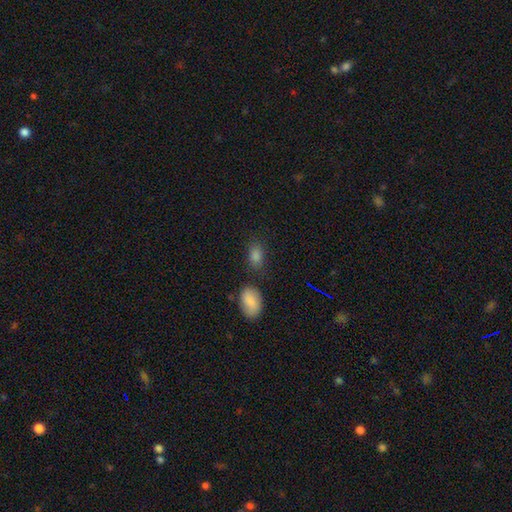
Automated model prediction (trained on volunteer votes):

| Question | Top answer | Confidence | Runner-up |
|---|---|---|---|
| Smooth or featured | smooth | 83% | star or artifact (11%) |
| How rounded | in between | 84% | round (13%) |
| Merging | none | 69% | minor disturbance (15%) |